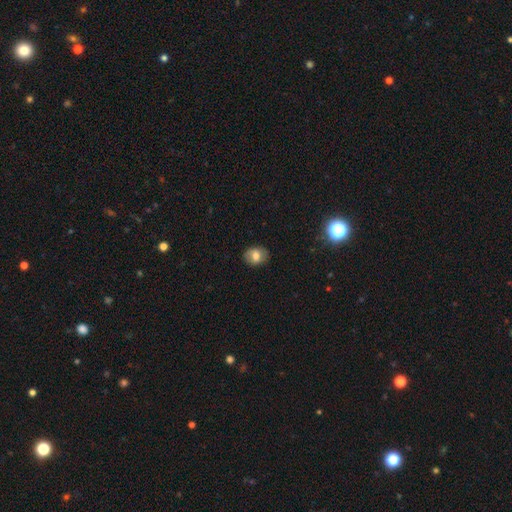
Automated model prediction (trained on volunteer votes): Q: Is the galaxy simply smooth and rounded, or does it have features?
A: smooth — 69%.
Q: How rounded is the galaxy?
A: in between — 54%.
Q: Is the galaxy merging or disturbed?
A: none — 84%.